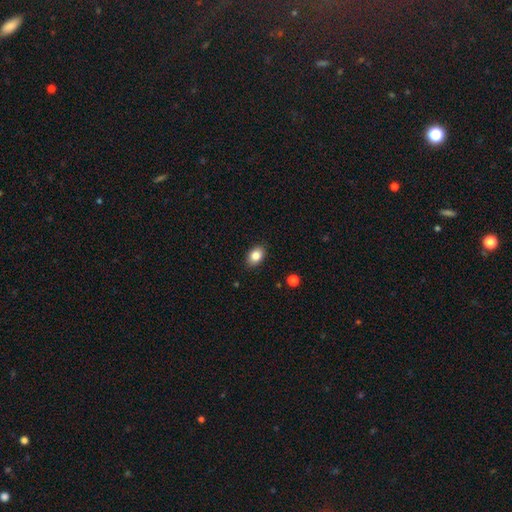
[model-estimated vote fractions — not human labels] This appears to be a smooth galaxy with no disk features (84%) that is in between round and cigar-shaped (81%). Merging: none (88%).